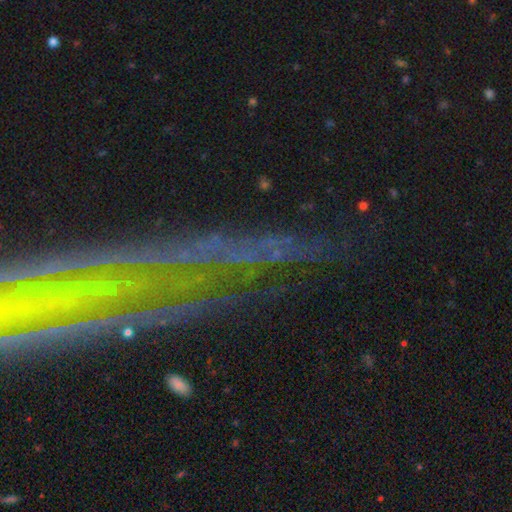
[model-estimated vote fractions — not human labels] This appears to be a star or artifact, not a galaxy (51%).